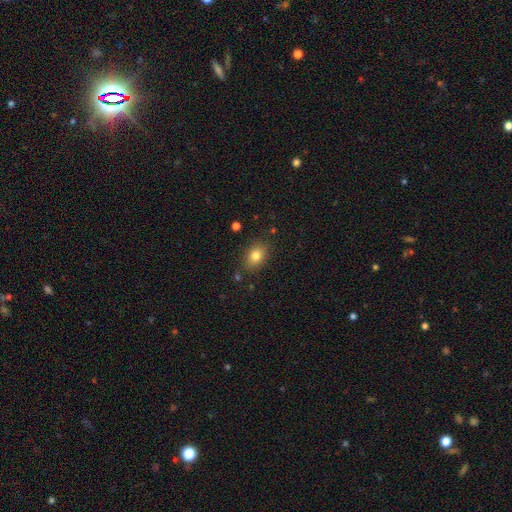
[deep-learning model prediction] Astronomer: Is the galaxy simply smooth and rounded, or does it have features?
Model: smooth — 80%.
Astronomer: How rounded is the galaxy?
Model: in between — 71%.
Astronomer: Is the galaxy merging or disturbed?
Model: none — 83%.